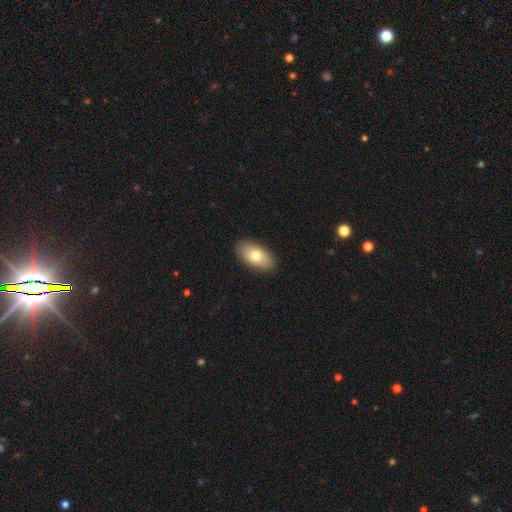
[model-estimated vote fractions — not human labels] Overall: smooth (76%). How rounded: in between (93%). Merging: none (89%).